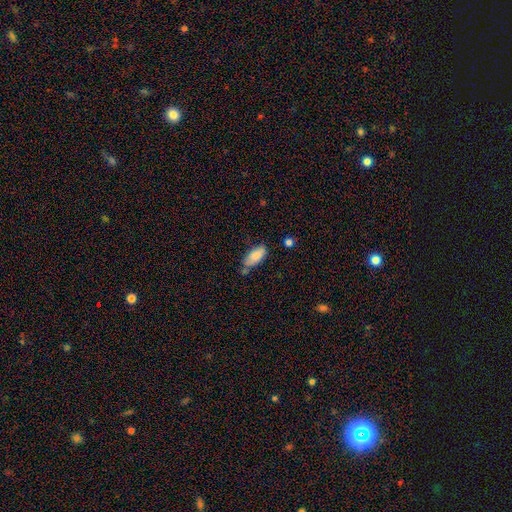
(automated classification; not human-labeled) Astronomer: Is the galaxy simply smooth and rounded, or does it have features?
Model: smooth — 81%.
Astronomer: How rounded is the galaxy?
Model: in between — 87%.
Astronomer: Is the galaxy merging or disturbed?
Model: none — 53% (runner-up: minor disturbance, 30%).